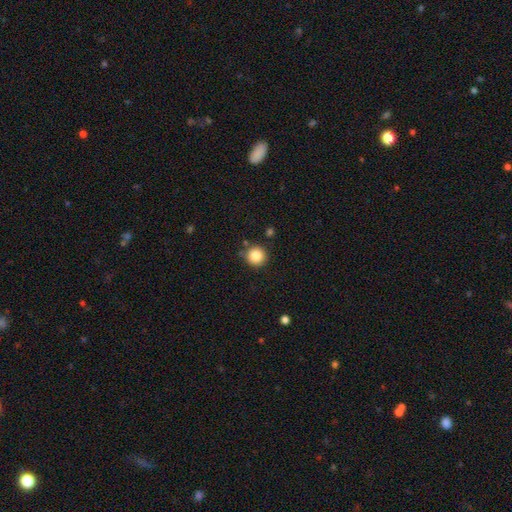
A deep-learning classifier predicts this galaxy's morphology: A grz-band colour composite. It shows a smooth galaxy with no disk features (84%) that is round (95%). Merging: none (86%).